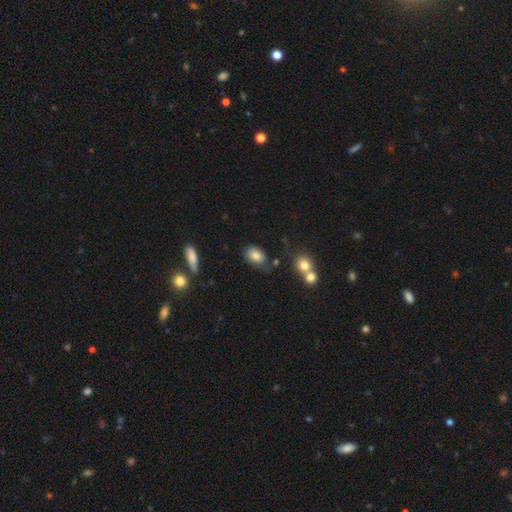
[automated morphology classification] The model was most divided on "merging": none: 58%, minor disturbance: 27%, major disturbance: 9%, merger: 6%. More confident: smooth or featured — smooth (80%); how rounded — in between (79%).